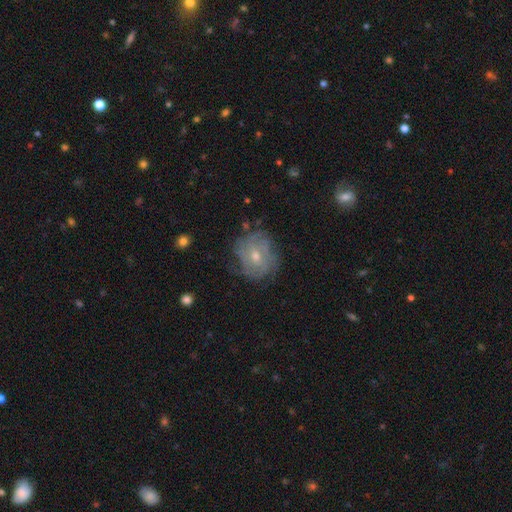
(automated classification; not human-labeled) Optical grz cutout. It shows a featured or disk galaxy (66%) with no bar (64%), spiral arms (77%) and a moderate central bulge (54%). Merging: none (68%).